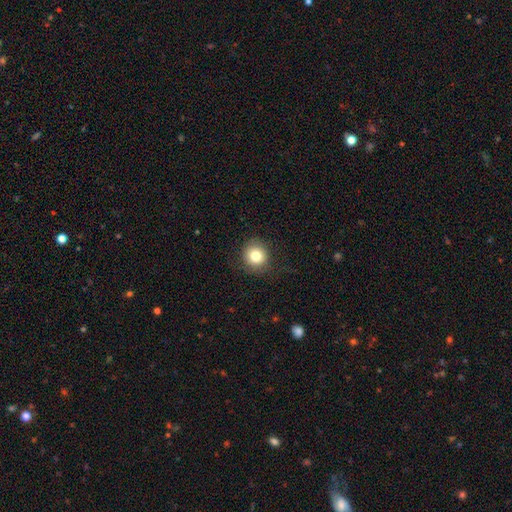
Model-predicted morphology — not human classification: A smooth galaxy with no disk features (81%) that is round (89%). Merging: none (84%).